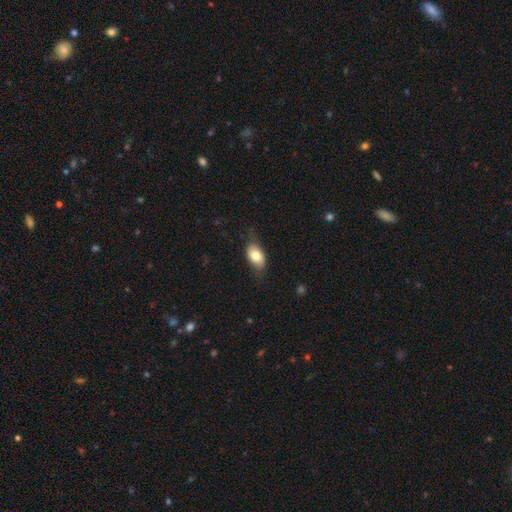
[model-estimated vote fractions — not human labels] Smooth or featured: smooth — 75% (featured or disk — 18%)
How rounded: in between — 89% (round — 8%)
Merging: none — 68% (minor disturbance — 23%)